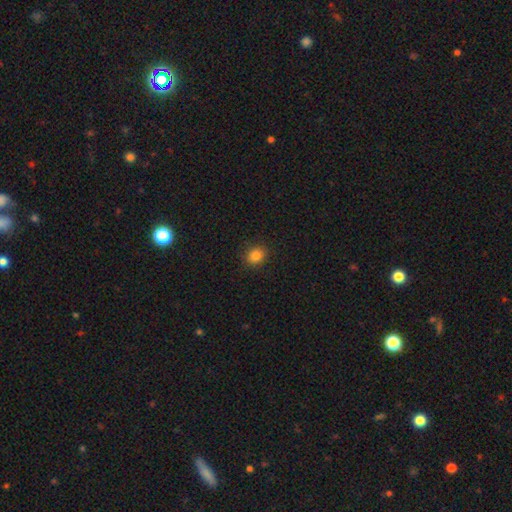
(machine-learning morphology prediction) Smooth or featured?
  - smooth: 83% *
  - star or artifact: 12%
  - featured or disk: 5%
How rounded?
  - round: 74% *
  - in between: 25%
  - cigar-shaped: 1%
Merging?
  - none: 90% *
  - minor disturbance: 7%
  - major disturbance: 2%
  - merger: 1%